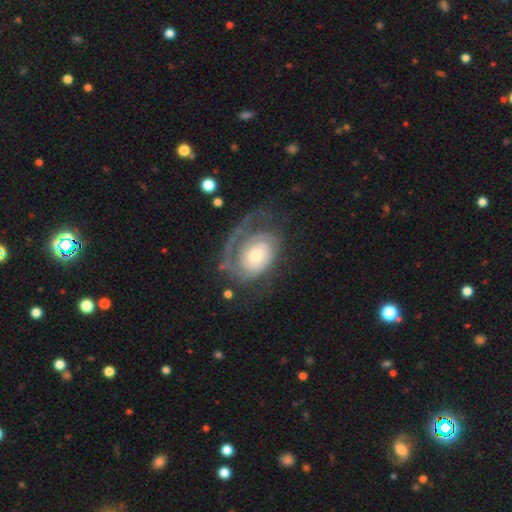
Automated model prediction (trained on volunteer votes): Smooth or featured? Predicted: featured or disk (p=0.85). Edge-on disk? Predicted: no (p=0.97). Bar? Predicted: no (p=0.72). Spiral arms? Predicted: yes (p=0.94). Spiral winding? Predicted: tight (p=0.63). Spiral arm count? Predicted: 1 (p=0.35). Bulge size? Predicted: moderate (p=0.56). Merging? Predicted: none (p=0.57).